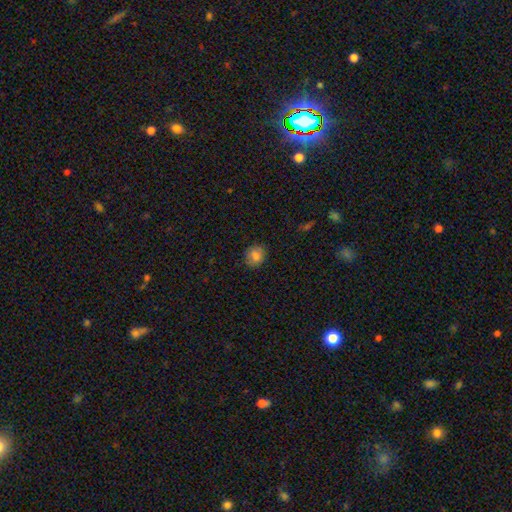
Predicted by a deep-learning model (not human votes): A smooth galaxy with no disk features (83%) that is round (75%).

Vote fractions:
- Smooth or featured? smooth: 83% / star or artifact: 10% / featured or disk: 7%
- How rounded? round: 75% / in between: 24% / cigar-shaped: 1%
- Merging? none: 83% / minor disturbance: 13% / major disturbance: 3% / merger: 1%